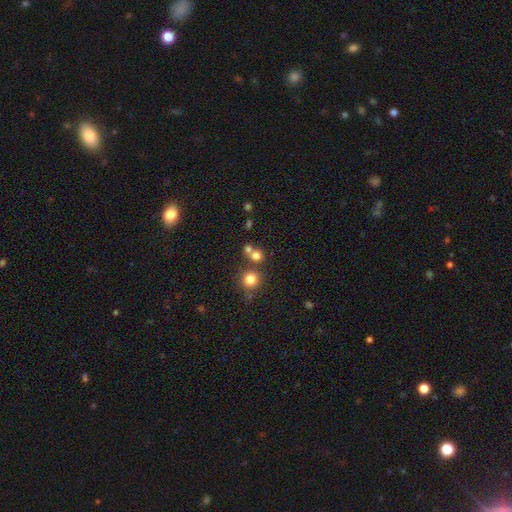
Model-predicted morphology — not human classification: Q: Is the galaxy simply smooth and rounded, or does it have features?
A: smooth — 75%.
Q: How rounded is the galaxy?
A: round — 87%.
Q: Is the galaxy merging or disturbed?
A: none — 58%.